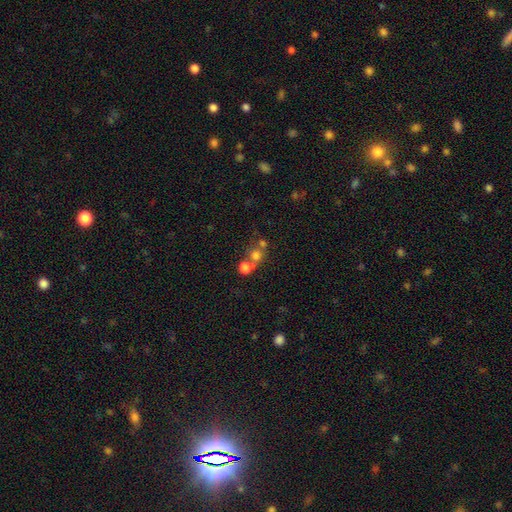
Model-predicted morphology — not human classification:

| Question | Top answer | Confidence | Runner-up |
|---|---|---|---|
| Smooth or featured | smooth | 69% | star or artifact (18%) |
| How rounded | round | 86% | in between (13%) |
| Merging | none | 48% | merger (40%) |